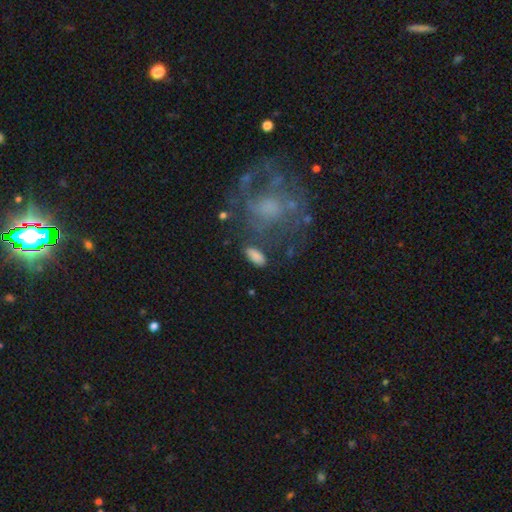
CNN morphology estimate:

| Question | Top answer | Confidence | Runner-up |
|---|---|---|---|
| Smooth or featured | smooth | 83% | featured or disk (9%) |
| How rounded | in between | 82% | cigar-shaped (14%) |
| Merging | none | 77% | minor disturbance (13%) |